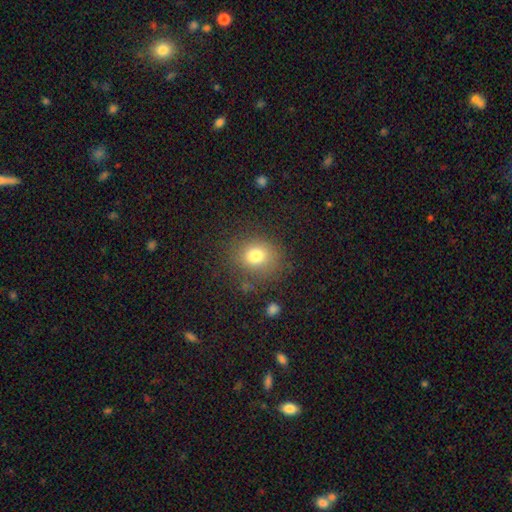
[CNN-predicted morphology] This appears to be a smooth galaxy with no disk features (77%) that is round (70%). Merging: none (80%).